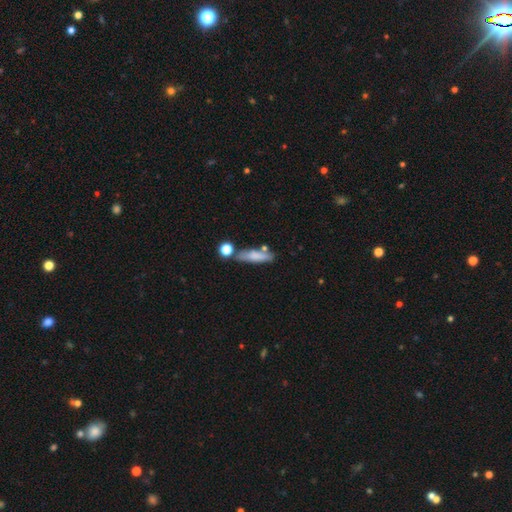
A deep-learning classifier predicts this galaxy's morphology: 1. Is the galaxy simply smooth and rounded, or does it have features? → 72% smooth, 20% featured or disk, 8% star or artifact.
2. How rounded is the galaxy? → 60% cigar-shaped, 36% in between, 4% round.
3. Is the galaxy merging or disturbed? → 62% none, 19% minor disturbance, 13% merger, 6% major disturbance.